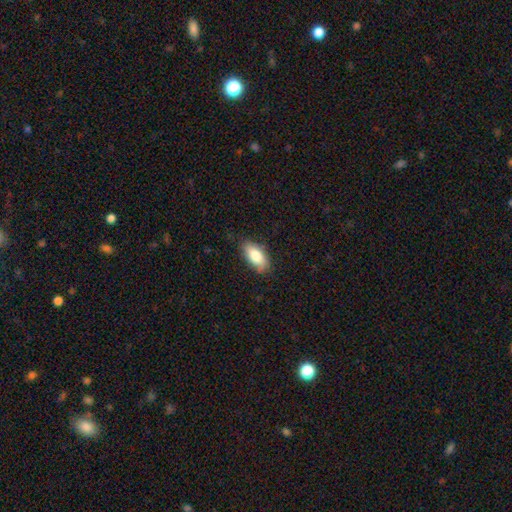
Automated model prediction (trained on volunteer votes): Q: Smooth or featured?
A: smooth (80%); runner-up: featured or disk (13%)
Q: How rounded?
A: in between (89%); runner-up: cigar-shaped (8%)
Q: Merging?
A: none (76%); runner-up: minor disturbance (19%)